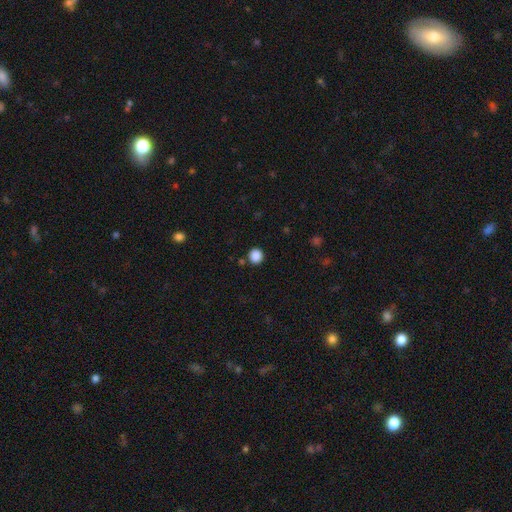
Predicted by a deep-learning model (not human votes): Smooth or featured? Predicted: smooth (p=0.87). How rounded? Predicted: round (p=0.92). Merging? Predicted: none (p=0.88).